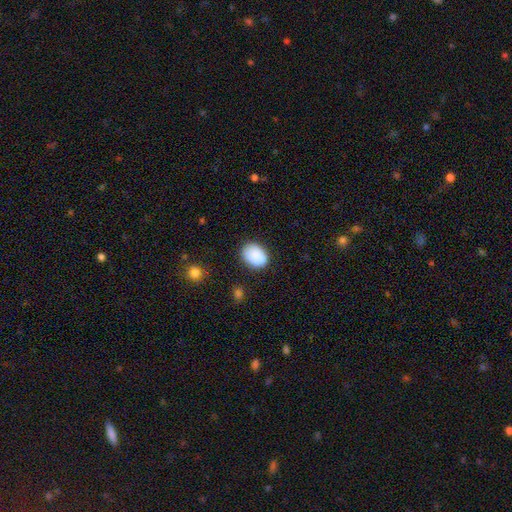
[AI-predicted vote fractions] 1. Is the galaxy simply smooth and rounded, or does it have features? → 83% smooth, 9% featured or disk, 8% star or artifact.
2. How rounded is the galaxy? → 68% in between, 31% round, 1% cigar-shaped.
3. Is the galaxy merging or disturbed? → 74% none, 18% minor disturbance, 4% major disturbance, 4% merger.